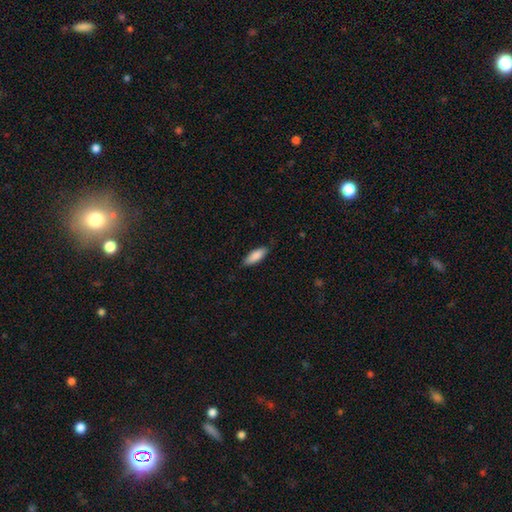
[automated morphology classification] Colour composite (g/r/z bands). It shows a smooth galaxy with no disk features (86%) that is in between round and cigar-shaped (66%). Merging: none (84%).